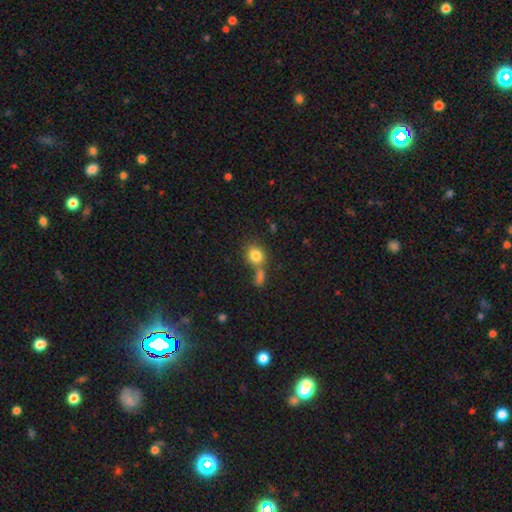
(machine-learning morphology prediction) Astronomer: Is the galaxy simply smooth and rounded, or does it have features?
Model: smooth — 82%.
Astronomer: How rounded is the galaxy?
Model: round — 64%.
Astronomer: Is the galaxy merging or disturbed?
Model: none — 52% (runner-up: merger, 31%).